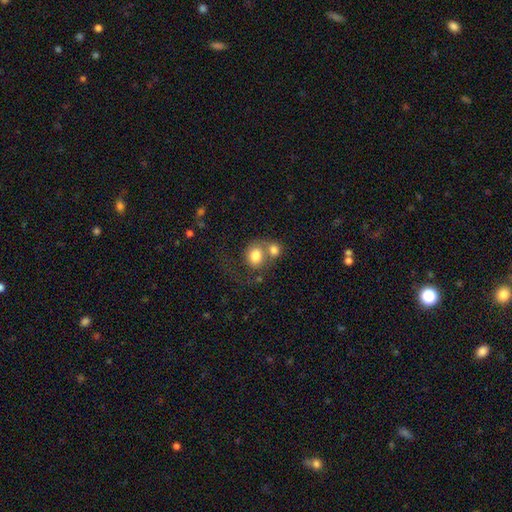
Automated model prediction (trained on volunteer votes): Smooth or featured?
  - smooth: 74% *
  - featured or disk: 17%
  - star or artifact: 9%
How rounded?
  - round: 68% *
  - in between: 31%
  - cigar-shaped: 1%
Merging?
  - merger: 57% *
  - none: 24%
  - major disturbance: 10%
  - minor disturbance: 9%